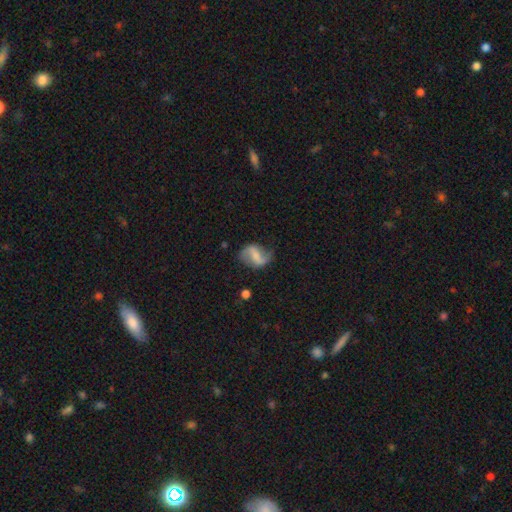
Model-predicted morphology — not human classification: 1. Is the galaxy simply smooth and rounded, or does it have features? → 70% featured or disk, 23% smooth, 8% star or artifact.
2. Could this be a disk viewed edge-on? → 97% no, 3% yes.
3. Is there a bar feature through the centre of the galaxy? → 42% strong, 39% weak, 20% no.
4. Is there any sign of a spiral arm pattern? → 87% yes, 13% no.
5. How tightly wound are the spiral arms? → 67% loose, 25% medium, 8% tight.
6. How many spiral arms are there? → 87% 2, 5% 1, 5% can't tell, 1% 3, 1% 4, 1% more than 4.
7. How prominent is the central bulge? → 36% none, 33% small, 24% moderate, 5% large, 2% dominant.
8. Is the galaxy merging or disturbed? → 64% none, 22% minor disturbance, 11% major disturbance, 3% merger.